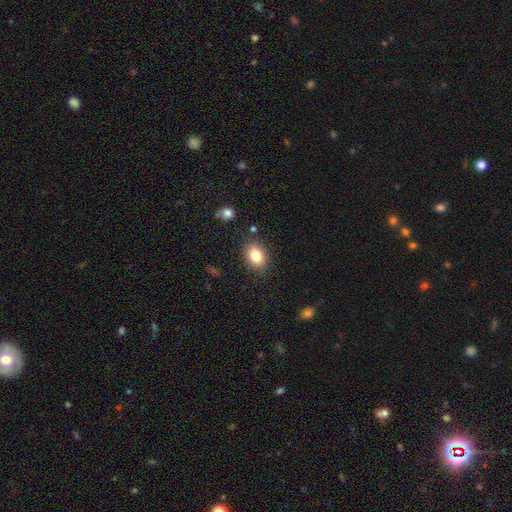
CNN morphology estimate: This is clearly a smooth galaxy (82%). How rounded: likely in between (75%). Merging: clearly none (84%).